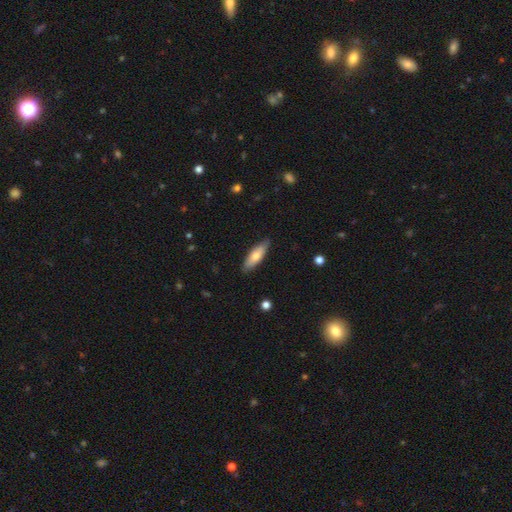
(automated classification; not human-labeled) Smooth or featured? smooth (69%)
How rounded? in between (52%)
Merging? none (86%)